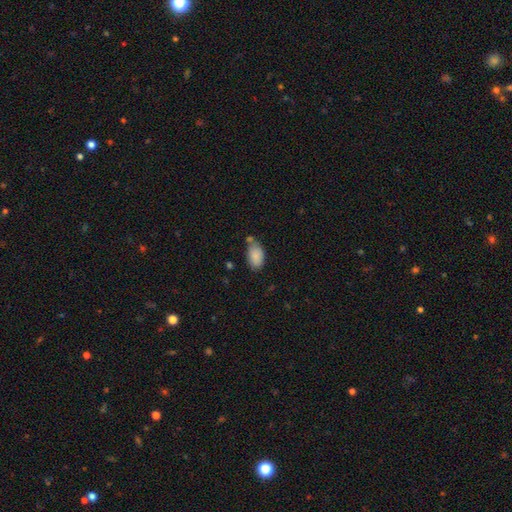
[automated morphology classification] smooth_or_featured: smooth (p=0.87) [alt: star or artifact p=0.07]
how_rounded: in between (p=0.92) [alt: round p=0.06]
merging: none (p=0.60) [alt: minor disturbance p=0.21]